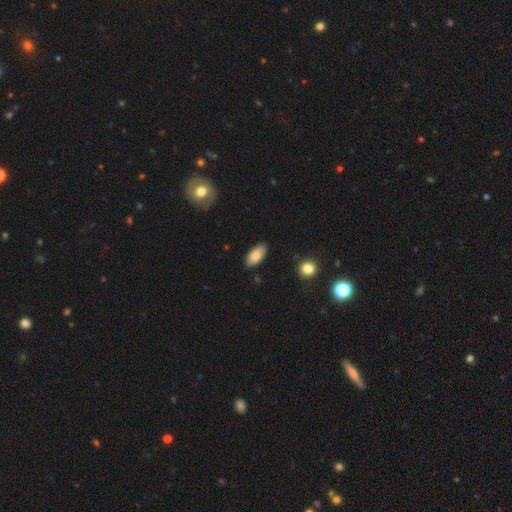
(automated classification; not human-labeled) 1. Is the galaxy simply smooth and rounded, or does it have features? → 81% smooth, 12% featured or disk, 7% star or artifact.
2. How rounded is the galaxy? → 94% in between, 4% cigar-shaped, 3% round.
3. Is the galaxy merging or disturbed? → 85% none, 11% minor disturbance, 2% major disturbance, 1% merger.